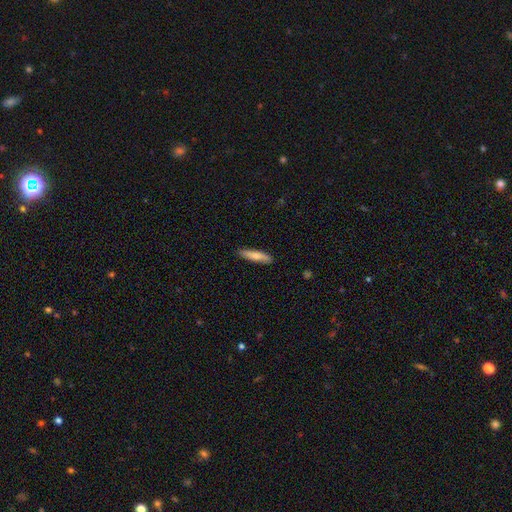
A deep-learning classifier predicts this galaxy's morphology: This appears to be a smooth galaxy with no disk features (76%) that is cigar-shaped (84%). Merging: none (87%).